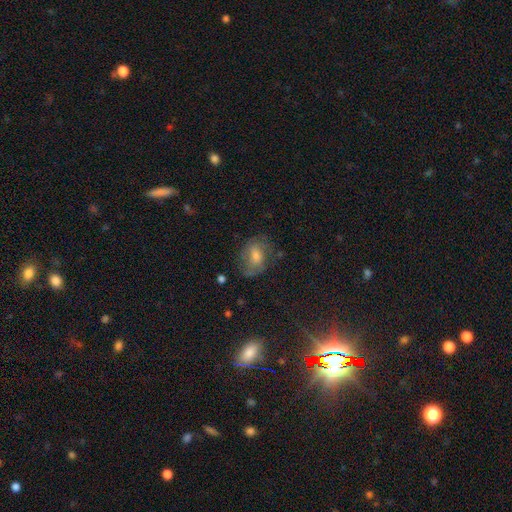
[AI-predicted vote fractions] Morphology: type=featured or disk (44%); merging=none (62%).